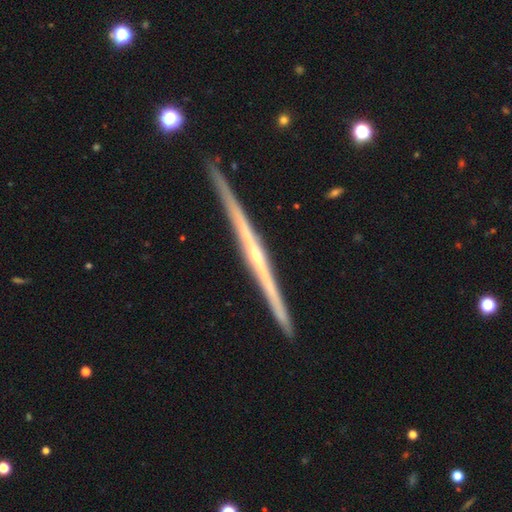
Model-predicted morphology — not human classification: Smooth or featured?
  - featured or disk: 86% *
  - smooth: 10%
  - star or artifact: 5%
Edge-on disk?
  - yes: 98% *
  - no: 2%
Edge-on bulge?
  - rounded: 53% *
  - none: 42%
  - boxy: 5%
Merging?
  - none: 91% *
  - minor disturbance: 7%
  - merger: 1%
  - major disturbance: 1%